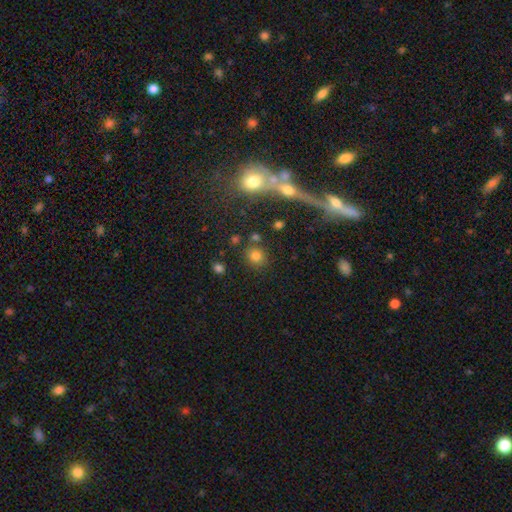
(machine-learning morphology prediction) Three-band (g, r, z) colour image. It shows a smooth galaxy with no disk features (75%) that is round (79%). Merging: none (76%).